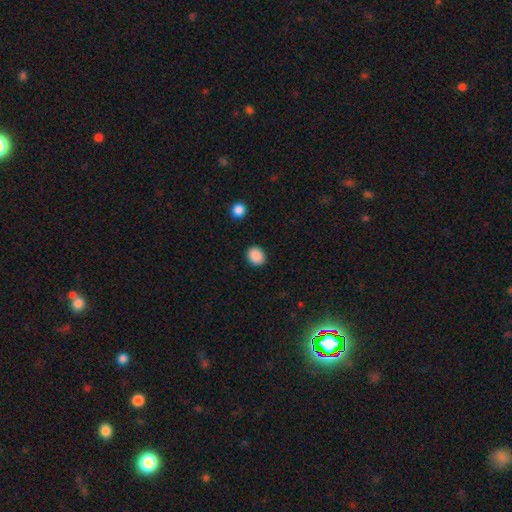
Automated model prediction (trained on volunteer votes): The model was most divided on "how rounded": round: 63%, in between: 37%, cigar-shaped: 1%. More confident: merging — none (90%); smooth or featured — smooth (89%).